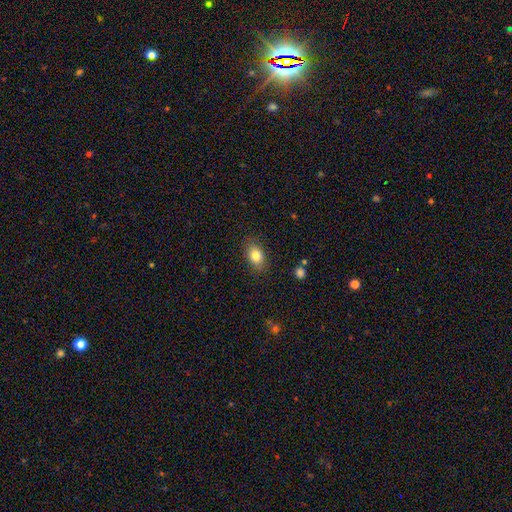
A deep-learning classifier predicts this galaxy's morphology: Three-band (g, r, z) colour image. It shows a smooth galaxy with no disk features (82%) that is in between round and cigar-shaped (80%). Merging: none (84%).